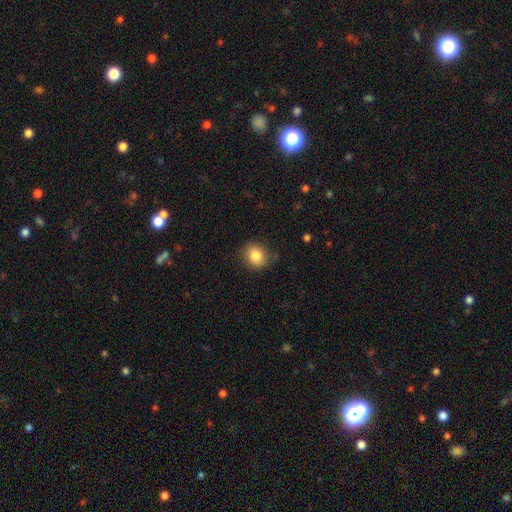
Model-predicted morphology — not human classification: A smooth galaxy with no disk features (84%) that is round (67%). Merging: none (84%).